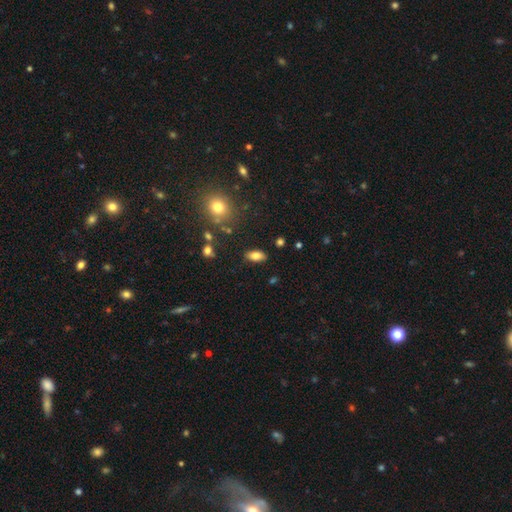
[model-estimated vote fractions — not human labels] Smooth or featured?
  - smooth: 80% *
  - featured or disk: 10%
  - star or artifact: 10%
How rounded?
  - in between: 90% *
  - cigar-shaped: 6%
  - round: 4%
Merging?
  - none: 85% *
  - minor disturbance: 10%
  - major disturbance: 3%
  - merger: 2%